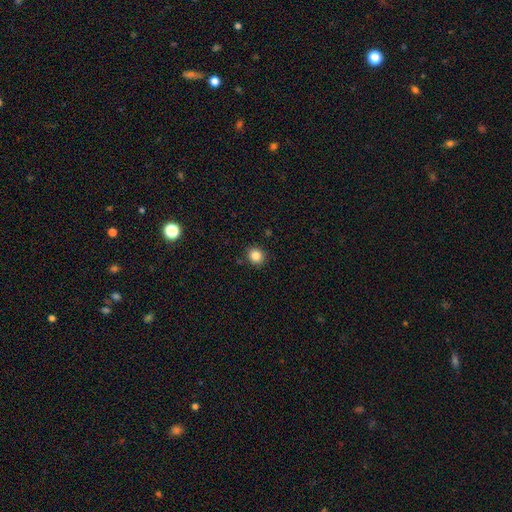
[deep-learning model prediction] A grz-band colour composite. It shows a smooth galaxy with no disk features (85%) that is round (82%). Merging: none (89%).